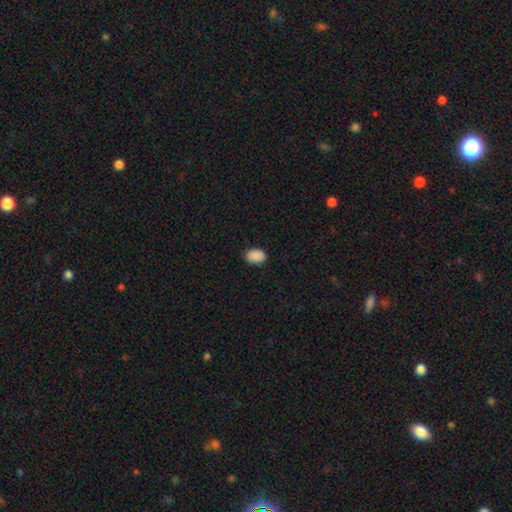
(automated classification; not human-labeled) This appears to be a smooth galaxy with no disk features (90%) that is in between round and cigar-shaped (84%). Merging: none (87%).